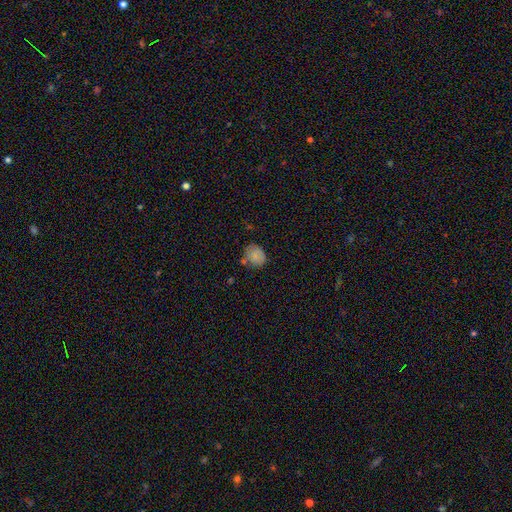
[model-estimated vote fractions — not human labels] This appears to be a smooth galaxy with no disk features (79%) that is round (66%). Merging: none (60%).